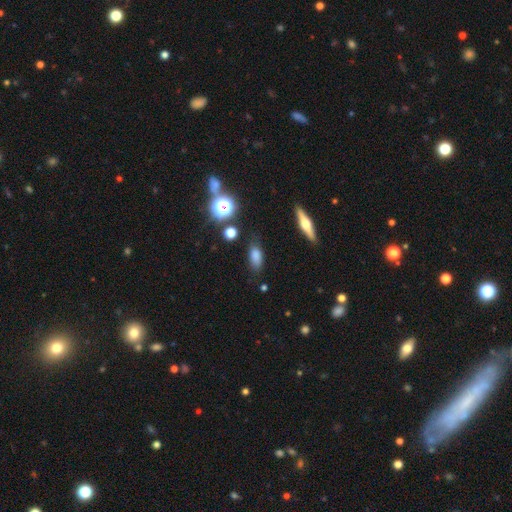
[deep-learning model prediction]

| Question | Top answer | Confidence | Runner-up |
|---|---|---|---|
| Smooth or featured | smooth | 77% | star or artifact (12%) |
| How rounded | in between | 80% | cigar-shaped (11%) |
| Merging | none | 75% | minor disturbance (17%) |